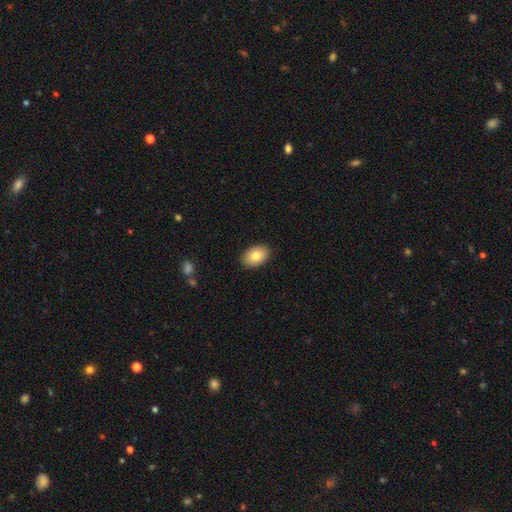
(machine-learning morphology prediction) This appears to be a smooth galaxy with no disk features (81%) that is in between round and cigar-shaped (85%). Merging: none (89%).